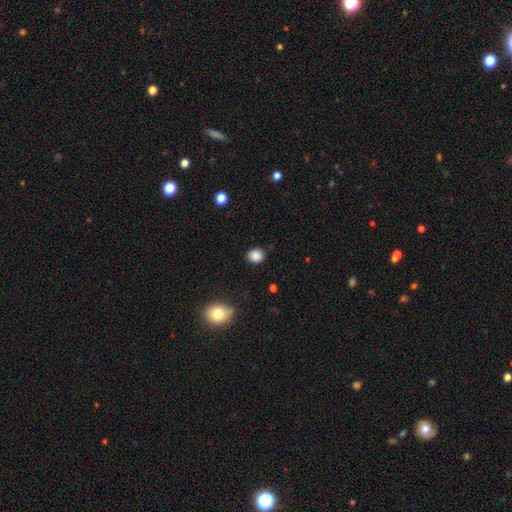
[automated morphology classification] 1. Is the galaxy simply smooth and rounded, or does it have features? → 86% smooth, 11% star or artifact, 3% featured or disk.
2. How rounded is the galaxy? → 82% round, 17% in between, 1% cigar-shaped.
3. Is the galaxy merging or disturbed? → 86% none, 9% minor disturbance, 3% major disturbance, 2% merger.